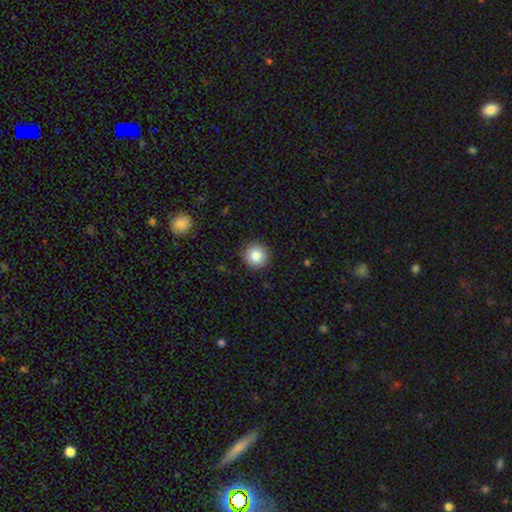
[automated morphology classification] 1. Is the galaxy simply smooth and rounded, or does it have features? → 84% smooth, 9% star or artifact, 7% featured or disk.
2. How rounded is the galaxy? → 95% round, 4% in between, 1% cigar-shaped.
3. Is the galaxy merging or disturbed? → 91% none, 6% minor disturbance, 2% major disturbance, 1% merger.